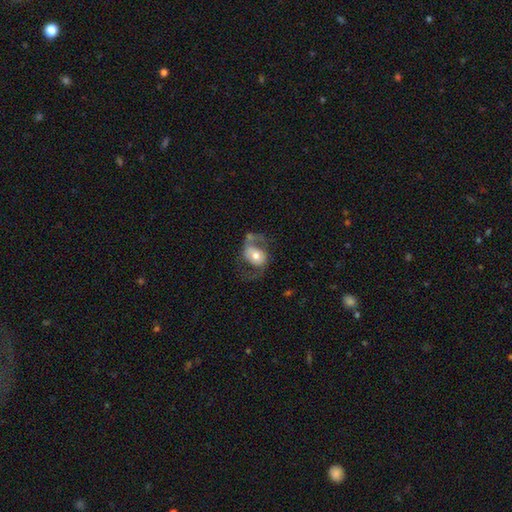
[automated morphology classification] Smooth or featured?
  - featured or disk: 65% *
  - smooth: 28%
  - star or artifact: 7%
Edge-on disk?
  - no: 96% *
  - yes: 4%
Bar?
  - no: 62% *
  - weak: 26%
  - strong: 12%
Spiral arms?
  - yes: 75% *
  - no: 25%
Bulge size?
  - moderate: 66% *
  - large: 15%
  - small: 15%
  - dominant: 2%
  - none: 1%
Merging?
  - none: 50% *
  - major disturbance: 26%
  - minor disturbance: 19%
  - merger: 6%